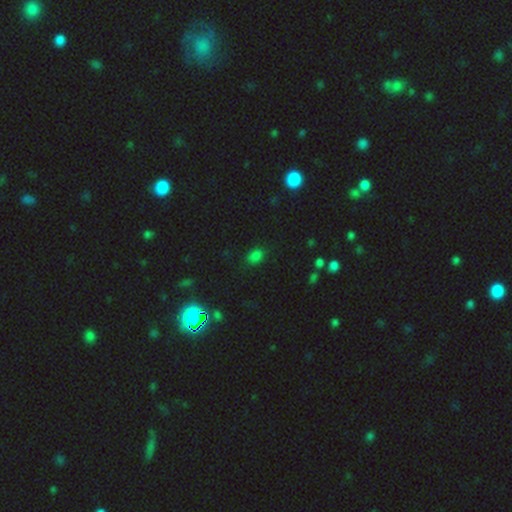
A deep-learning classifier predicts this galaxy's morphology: Smooth or featured: smooth — 70% (star or artifact — 25%)
How rounded: in between — 67% (round — 31%)
Merging: none — 79% (minor disturbance — 15%)